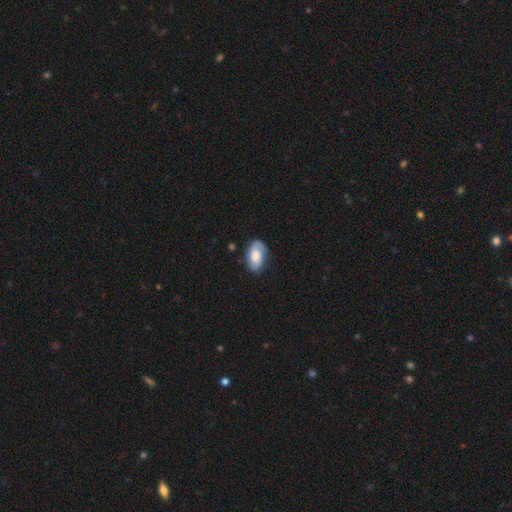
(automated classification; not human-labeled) Overall: smooth (53%; featured or disk 40%). How rounded: in between (93%). Merging: none (71%).